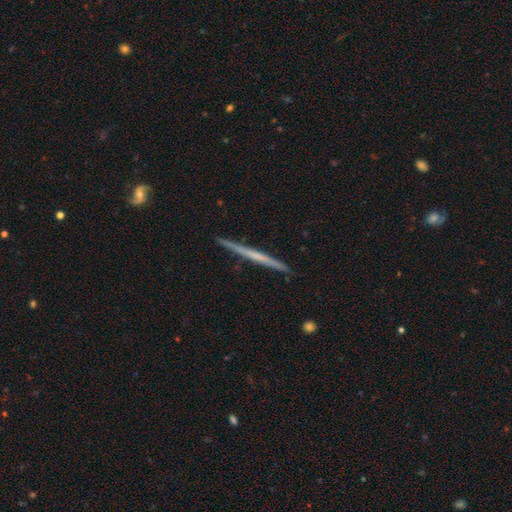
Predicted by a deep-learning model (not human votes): The model was most divided on "smooth or featured": featured or disk: 63%, smooth: 31%, star or artifact: 6%. More confident: edge-on disk — yes (98%); merging — none (92%); edge-on bulge — none (81%).